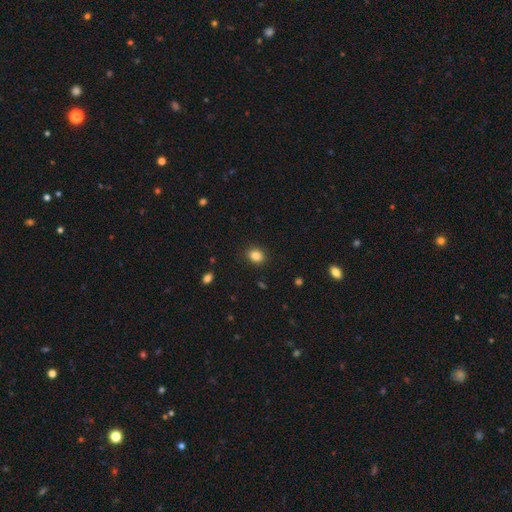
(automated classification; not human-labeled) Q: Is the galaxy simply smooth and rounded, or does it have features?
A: smooth — 85%.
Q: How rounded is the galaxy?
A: round — 55%.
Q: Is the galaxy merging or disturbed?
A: none — 88%.